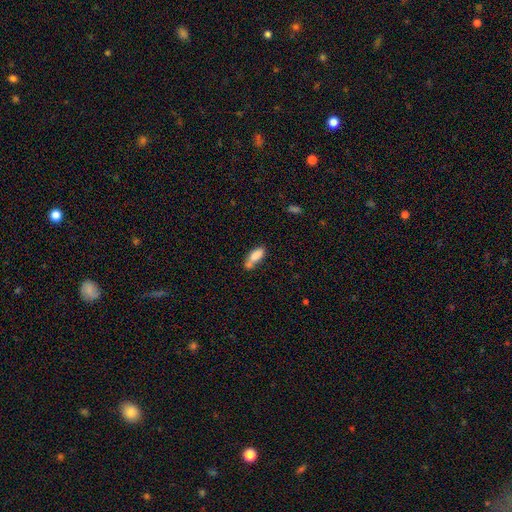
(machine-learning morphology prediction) Q: Smooth or featured?
A: smooth (80%); runner-up: featured or disk (12%)
Q: How rounded?
A: in between (69%); runner-up: cigar-shaped (29%)
Q: Merging?
A: none (38%); runner-up: merger (36%)